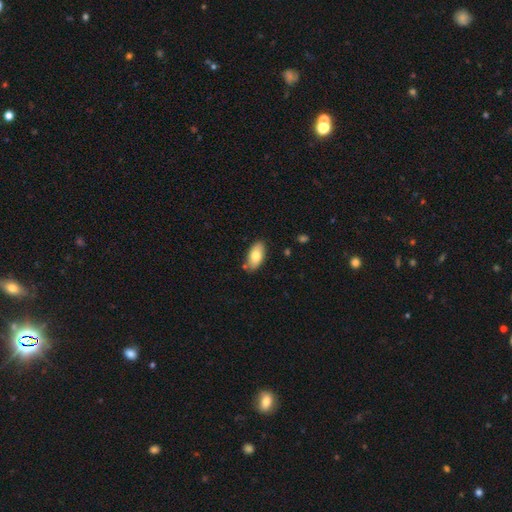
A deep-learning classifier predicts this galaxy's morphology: Smooth or featured?
  - smooth: 75% *
  - featured or disk: 19%
  - star or artifact: 6%
How rounded?
  - in between: 93% *
  - cigar-shaped: 4%
  - round: 3%
Merging?
  - none: 82% *
  - minor disturbance: 13%
  - merger: 3%
  - major disturbance: 2%